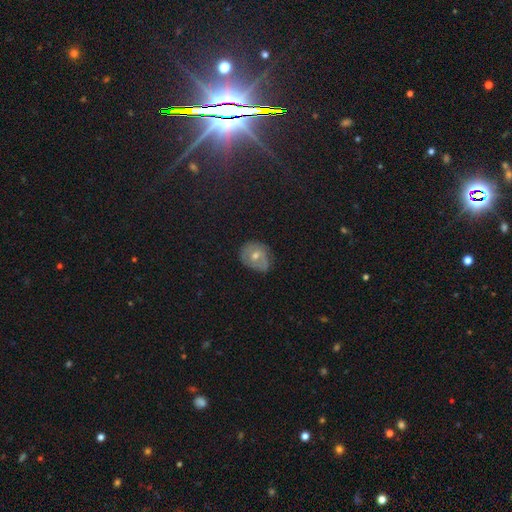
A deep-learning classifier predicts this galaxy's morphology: Overall: featured or disk (48%; smooth 34%). Merging: none (72%).